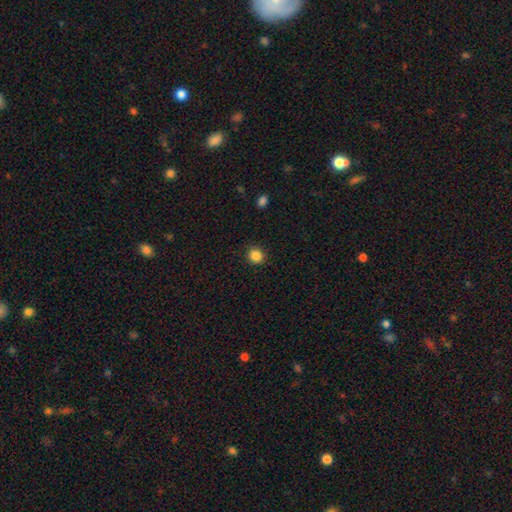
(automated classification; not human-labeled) A smooth galaxy with no disk features (85%) that is round (89%).

Vote fractions:
- Smooth or featured? smooth: 85% / star or artifact: 11% / featured or disk: 4%
- How rounded? round: 89% / in between: 10% / cigar-shaped: 1%
- Merging? none: 91% / minor disturbance: 6% / major disturbance: 2% / merger: 1%